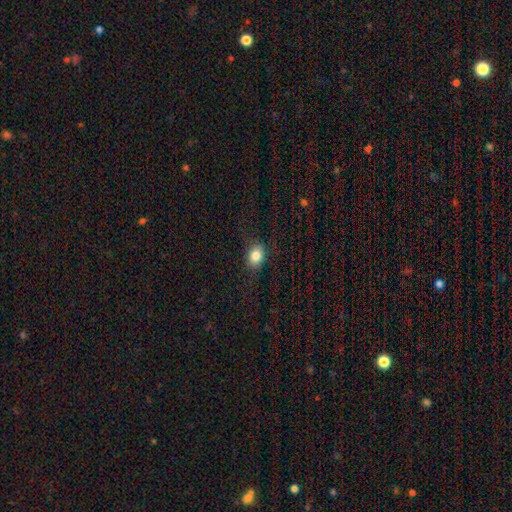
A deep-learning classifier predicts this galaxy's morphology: Smooth or featured: smooth — 83% (star or artifact — 10%)
How rounded: in between — 55% (round — 44%)
Merging: none — 80% (minor disturbance — 14%)